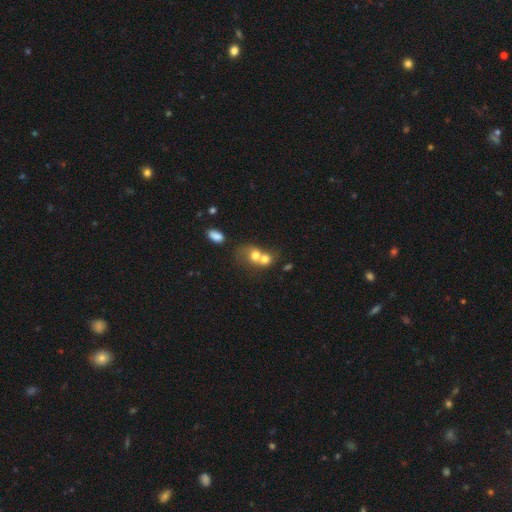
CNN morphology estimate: type=smooth (67%); roundness=round (60%); merging=merger (74%).